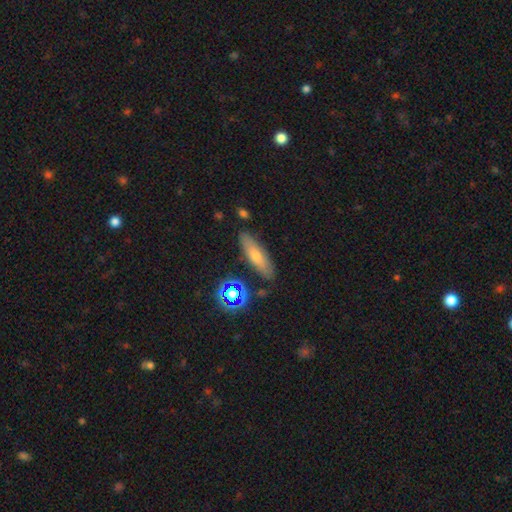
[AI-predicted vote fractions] smooth 61%, featured or disk 26%, star or artifact 13%. Down the decision tree: how rounded — cigar-shaped (59%); merging — none (84%).